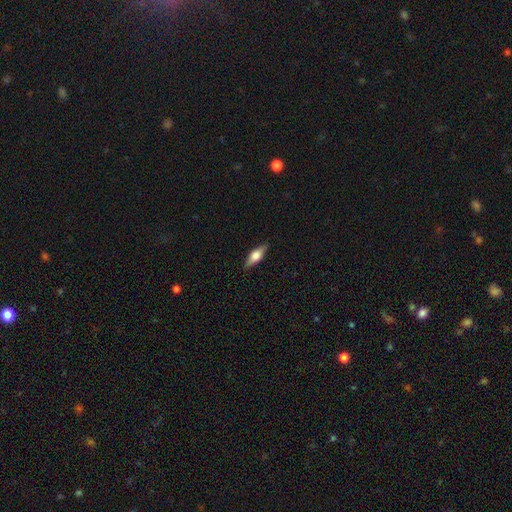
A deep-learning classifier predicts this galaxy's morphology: smooth-or-featured: smooth: 50% | featured or disk: 43% | star or artifact: 7%
  how-rounded: in between: 58% | cigar-shaped: 39% | round: 4%
  merging: none: 87% | minor disturbance: 10% | major disturbance: 2% | merger: 1%